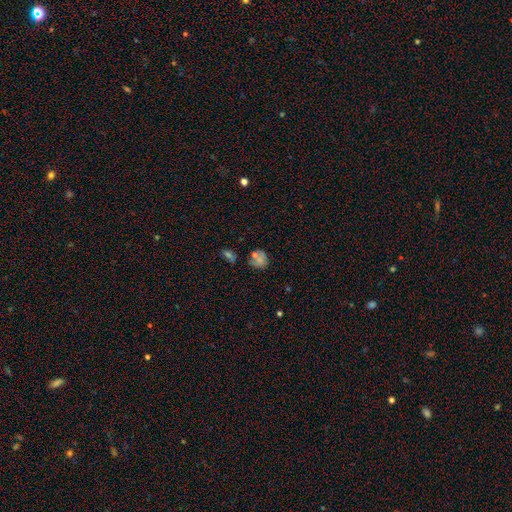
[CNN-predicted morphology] Overall: smooth (56%; featured or disk 23%). How rounded: round (72%). Merging: none (55%; merger 18%).